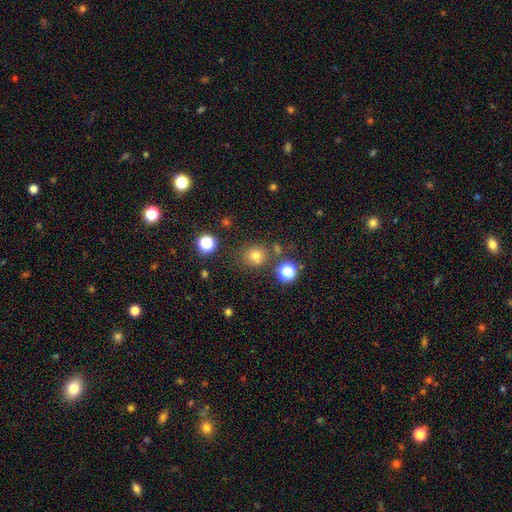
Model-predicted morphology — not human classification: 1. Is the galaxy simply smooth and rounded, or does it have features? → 74% smooth, 19% star or artifact, 7% featured or disk.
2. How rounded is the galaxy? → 86% round, 13% in between, 1% cigar-shaped.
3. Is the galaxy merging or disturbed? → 77% none, 11% minor disturbance, 8% merger, 4% major disturbance.